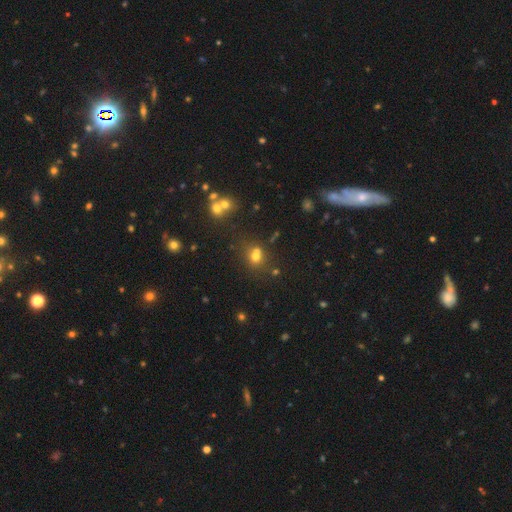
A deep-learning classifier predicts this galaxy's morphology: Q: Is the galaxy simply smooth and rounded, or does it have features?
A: smooth — 63%.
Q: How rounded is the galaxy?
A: round — 76%.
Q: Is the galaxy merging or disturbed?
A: none — 50%.